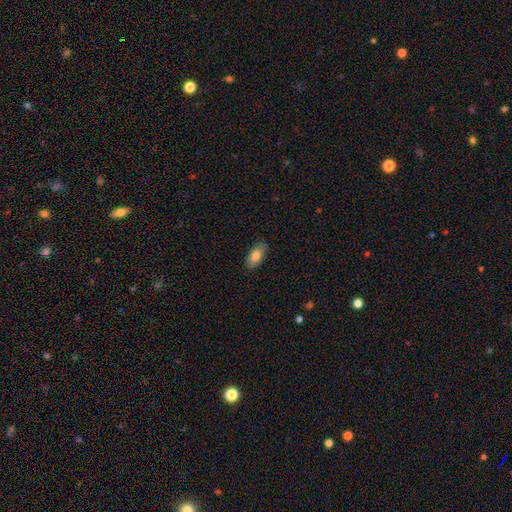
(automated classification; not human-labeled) Smooth or featured? Predicted: smooth (p=0.83). How rounded? Predicted: in between (p=0.90). Merging? Predicted: none (p=0.83).